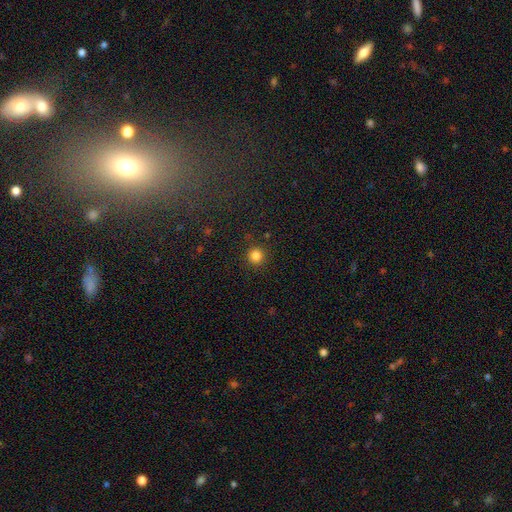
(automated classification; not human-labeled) A smooth galaxy with no disk features (84%) that is round (95%). Merging: none (91%).